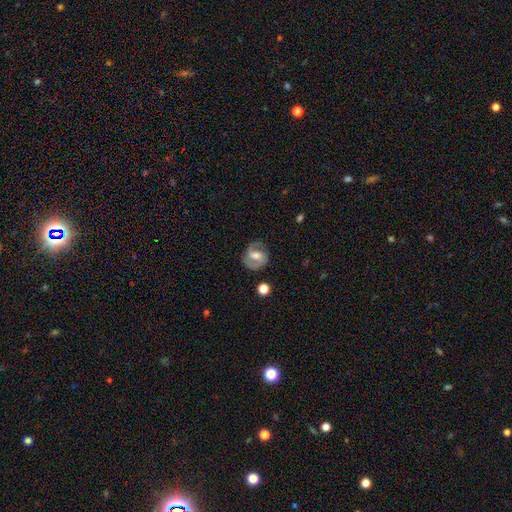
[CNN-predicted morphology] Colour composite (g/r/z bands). It shows a featured or disk galaxy (78%) with a weak bar (47%), 2 (88%) medium (52%) spiral arms (92%) and a moderate central bulge (61%). Merging: none (80%).